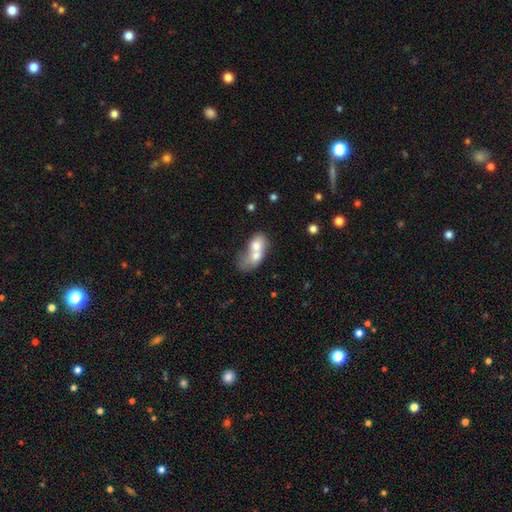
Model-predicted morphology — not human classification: A smooth galaxy with no disk features (64%) that is in between round and cigar-shaped (72%).

Vote fractions:
- Smooth or featured? smooth: 64% / featured or disk: 28% / star or artifact: 8%
- How rounded? in between: 72% / round: 23% / cigar-shaped: 5%
- Merging? merger: 79% / none: 10% / major disturbance: 6% / minor disturbance: 5%